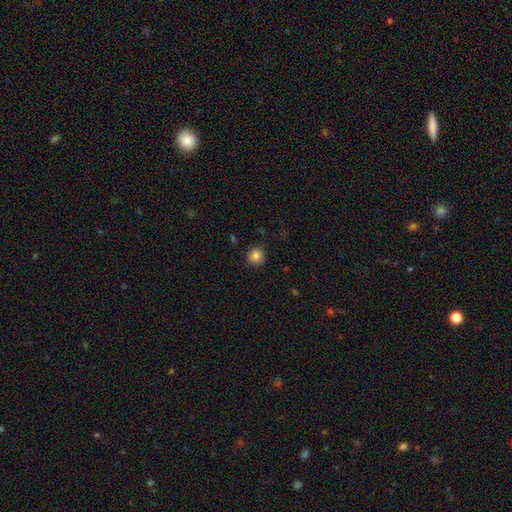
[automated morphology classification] smooth-or-featured: smooth: 84% | star or artifact: 10% | featured or disk: 5%
  how-rounded: round: 90% | in between: 9% | cigar-shaped: 1%
  merging: none: 86% | minor disturbance: 10% | major disturbance: 2% | merger: 1%